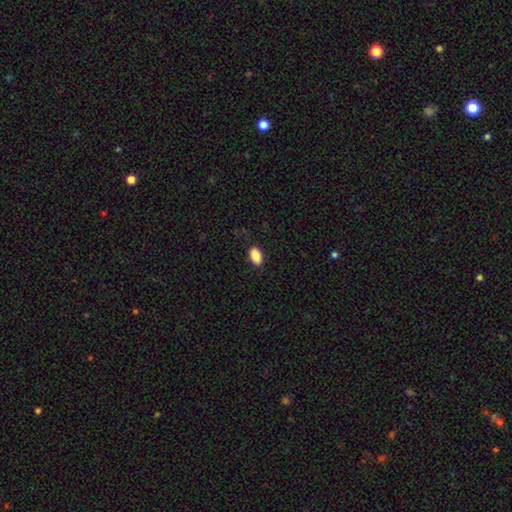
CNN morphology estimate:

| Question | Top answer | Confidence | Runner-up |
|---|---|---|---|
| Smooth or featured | smooth | 88% | star or artifact (8%) |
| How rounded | in between | 92% | round (6%) |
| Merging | none | 87% | minor disturbance (10%) |